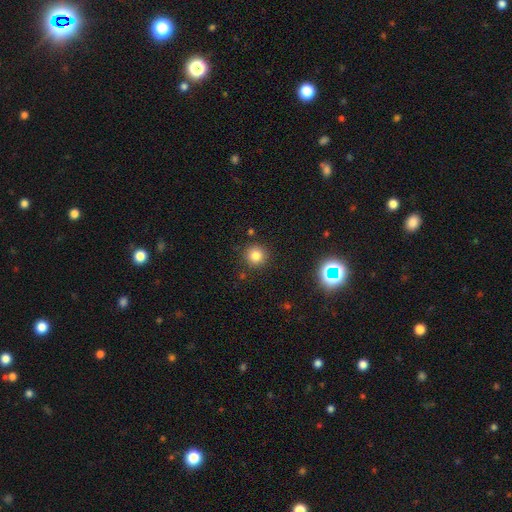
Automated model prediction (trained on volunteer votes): smooth-or-featured: smooth: 80% | star or artifact: 14% | featured or disk: 6%
  how-rounded: round: 94% | in between: 5% | cigar-shaped: 1%
  merging: none: 88% | minor disturbance: 7% | major disturbance: 3% | merger: 2%